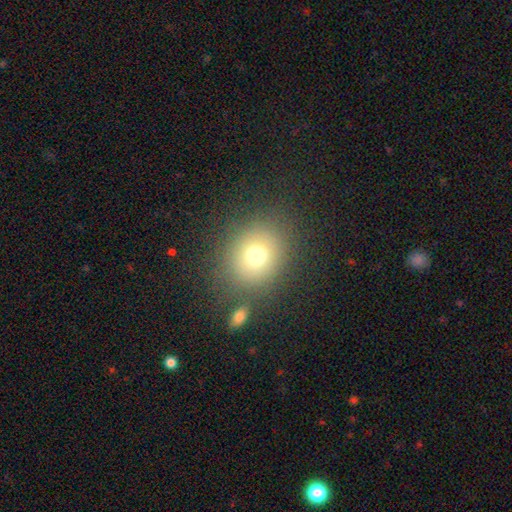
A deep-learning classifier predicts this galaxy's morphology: Smooth or featured? smooth (73%)
How rounded? round (72%)
Merging? none (77%)